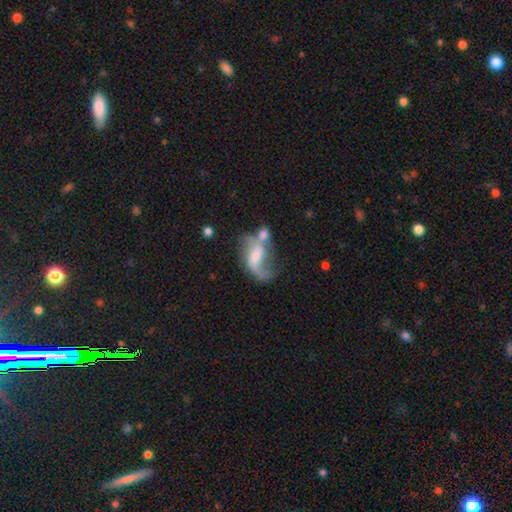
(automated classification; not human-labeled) The model was most divided on "merging": merger: 33%, none: 30%, major disturbance: 22%, minor disturbance: 16%. Remaining: edge-on disk — no (96%); spiral arms — yes (84%); spiral winding — loose (76%); smooth or featured — featured or disk (68%); spiral arm count — 2 (68%); bar — weak (44%); bulge size — moderate (40%).